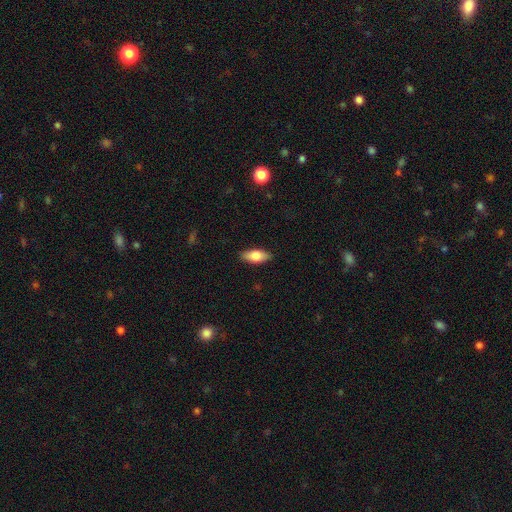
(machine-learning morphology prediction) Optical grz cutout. It shows a smooth galaxy with no disk features (77%) that is in between round and cigar-shaped (84%). Merging: none (88%).